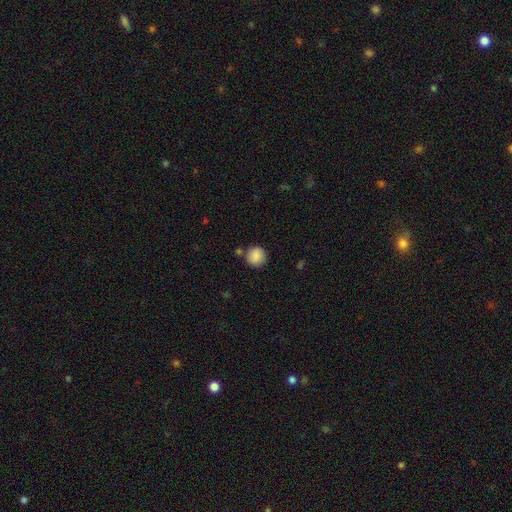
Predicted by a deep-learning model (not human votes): Q: Smooth or featured?
A: smooth (87%); runner-up: star or artifact (8%)
Q: How rounded?
A: round (91%); runner-up: in between (8%)
Q: Merging?
A: none (80%); runner-up: minor disturbance (11%)